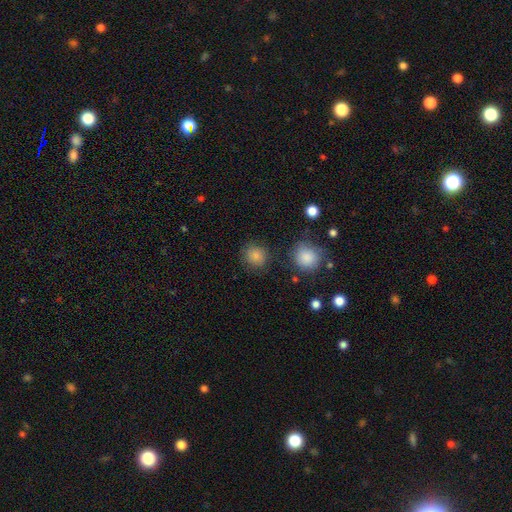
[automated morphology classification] smooth 83%, star or artifact 11%, featured or disk 6%. Down the decision tree: how rounded — round (87%); merging — none (81%).